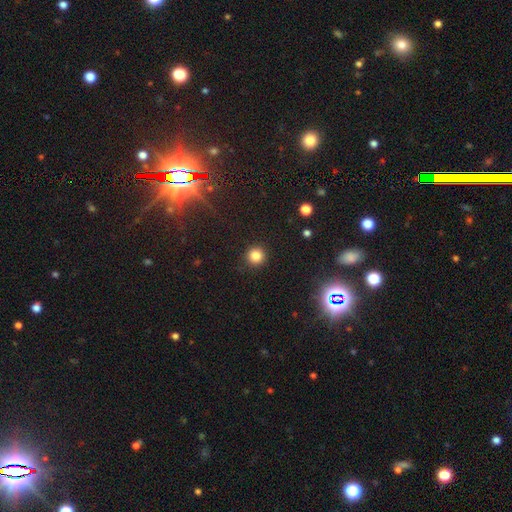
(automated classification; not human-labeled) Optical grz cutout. It shows a smooth galaxy with no disk features (82%) that is round (94%). Merging: none (92%).